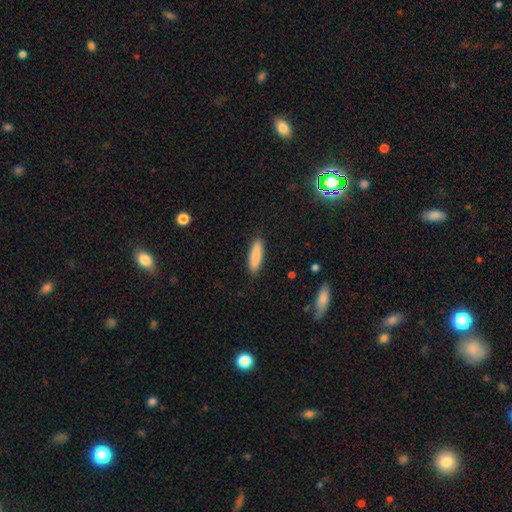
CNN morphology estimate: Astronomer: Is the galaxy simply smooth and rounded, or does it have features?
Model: smooth — 87%.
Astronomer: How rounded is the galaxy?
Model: cigar-shaped — 58% (runner-up: in between, 40%).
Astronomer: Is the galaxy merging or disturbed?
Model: none — 88%.